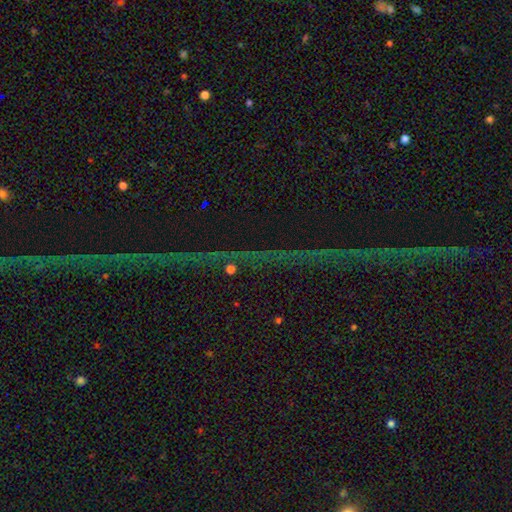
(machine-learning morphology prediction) type=star or artifact (75%).